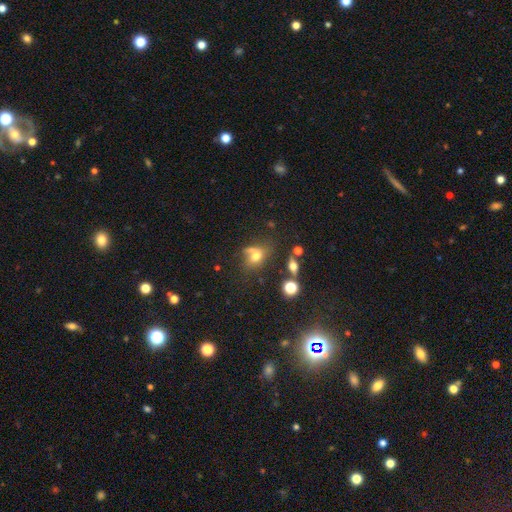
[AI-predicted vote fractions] Smooth or featured: smooth — 67% (featured or disk — 17%)
How rounded: in between — 63% (round — 35%)
Merging: none — 44% (merger — 25%)